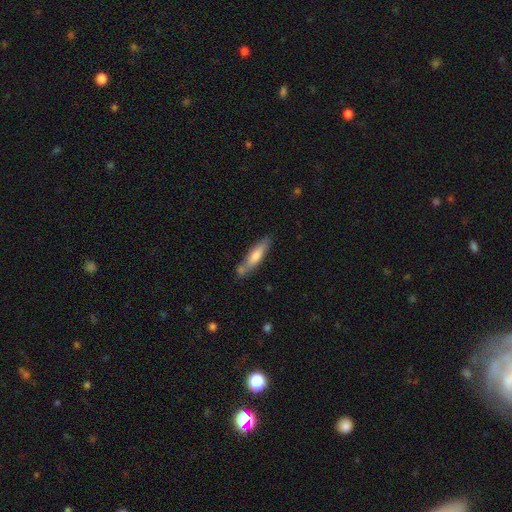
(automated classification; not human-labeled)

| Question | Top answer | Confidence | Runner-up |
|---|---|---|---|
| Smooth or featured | smooth | 66% | featured or disk (28%) |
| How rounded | cigar-shaped | 78% | in between (21%) |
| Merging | none | 69% | minor disturbance (17%) |